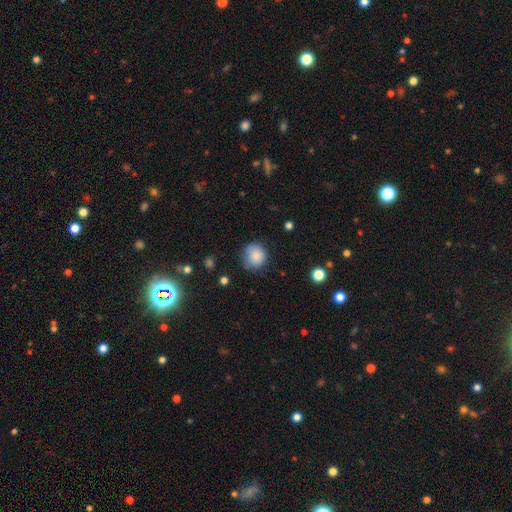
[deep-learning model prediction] Overall: smooth (84%). How rounded: round (86%). Merging: none (70%).